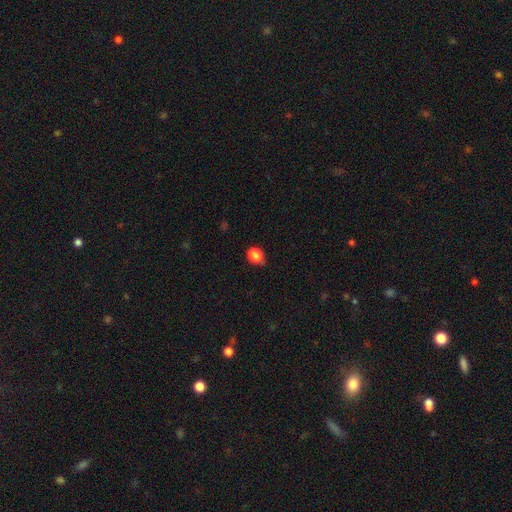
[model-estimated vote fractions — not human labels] Smooth or featured? Predicted: smooth (p=0.83). How rounded? Predicted: in between (p=0.54). Merging? Predicted: none (p=0.77).